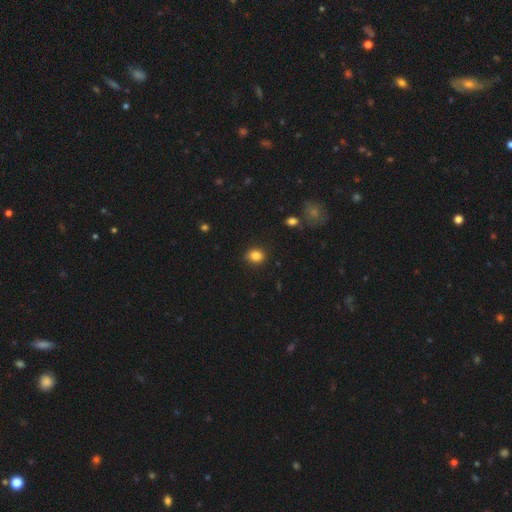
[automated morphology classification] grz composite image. It shows a smooth galaxy with no disk features (85%) that is round (63%). Merging: none (83%).